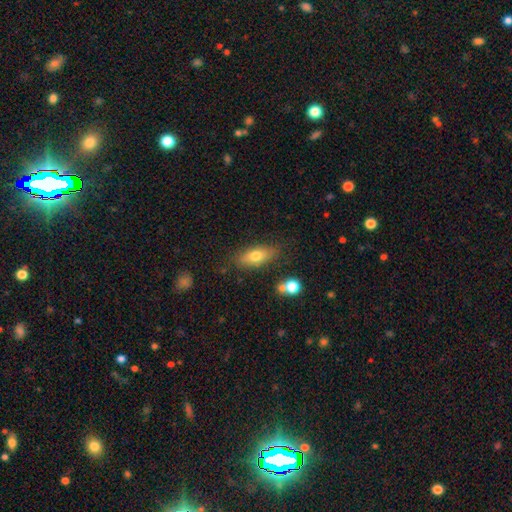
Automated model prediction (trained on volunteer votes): Overall: smooth (70%). How rounded: in between (75%). Merging: none (78%).